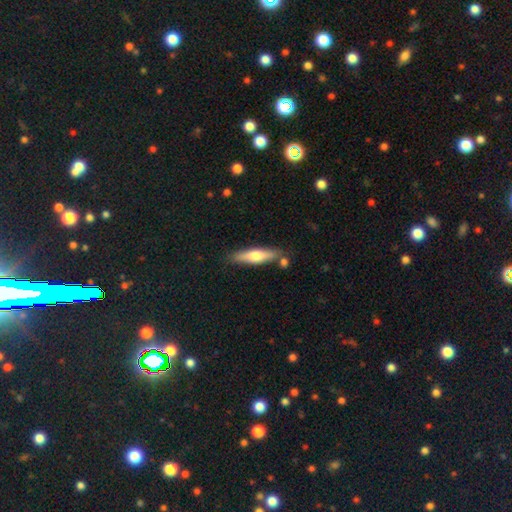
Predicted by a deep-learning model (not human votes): A smooth galaxy with no disk features (56%) that is cigar-shaped (75%). Merging: none (78%).